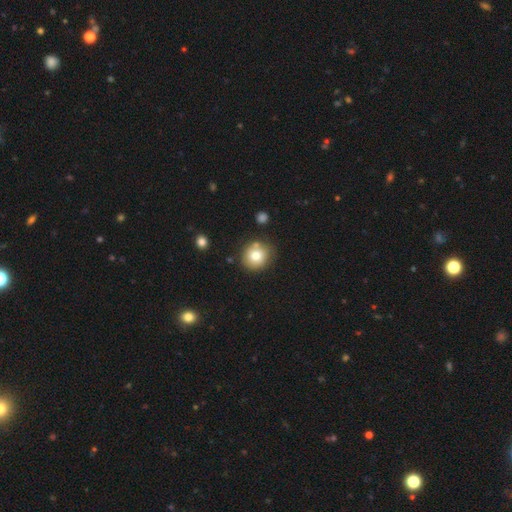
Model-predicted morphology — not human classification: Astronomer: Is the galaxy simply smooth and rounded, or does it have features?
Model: smooth — 76%.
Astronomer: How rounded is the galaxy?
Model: round — 89%.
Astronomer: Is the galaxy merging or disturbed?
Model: none — 78%.